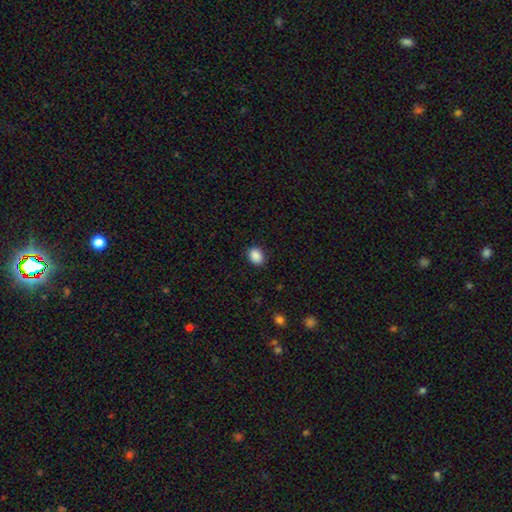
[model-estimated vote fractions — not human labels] Smooth or featured?
  - smooth: 89% *
  - star or artifact: 8%
  - featured or disk: 3%
How rounded?
  - in between: 62% *
  - round: 37%
  - cigar-shaped: 1%
Merging?
  - none: 88% *
  - minor disturbance: 9%
  - major disturbance: 2%
  - merger: 1%